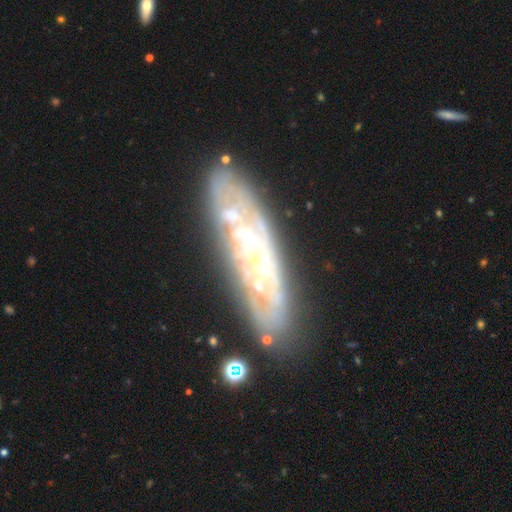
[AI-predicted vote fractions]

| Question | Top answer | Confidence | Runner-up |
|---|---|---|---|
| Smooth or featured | featured or disk | 73% | smooth (19%) |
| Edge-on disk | no | 67% | yes (33%) |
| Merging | none | 71% | minor disturbance (17%) |